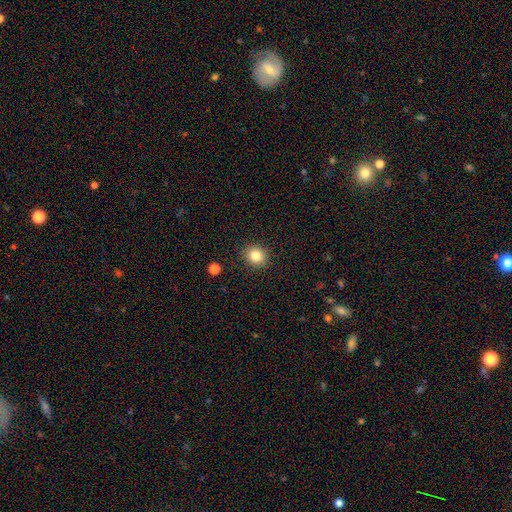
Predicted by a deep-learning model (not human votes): Smooth or featured?
  - smooth: 83% *
  - star or artifact: 10%
  - featured or disk: 6%
How rounded?
  - round: 80% *
  - in between: 19%
  - cigar-shaped: 1%
Merging?
  - none: 90% *
  - minor disturbance: 7%
  - major disturbance: 2%
  - merger: 1%